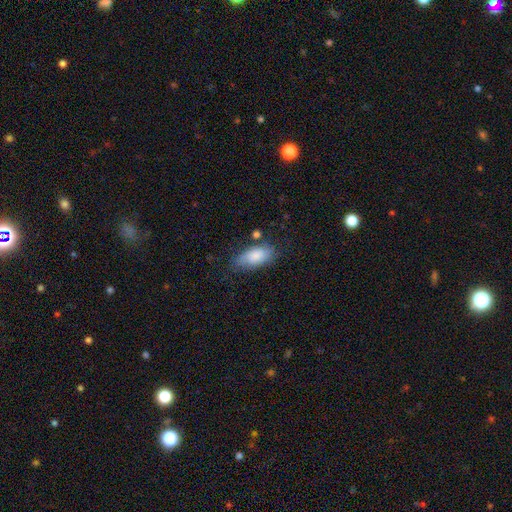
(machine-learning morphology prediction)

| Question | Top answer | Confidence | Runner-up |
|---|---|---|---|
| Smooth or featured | smooth | 79% | featured or disk (15%) |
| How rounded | in between | 89% | cigar-shaped (8%) |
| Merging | none | 63% | minor disturbance (25%) |